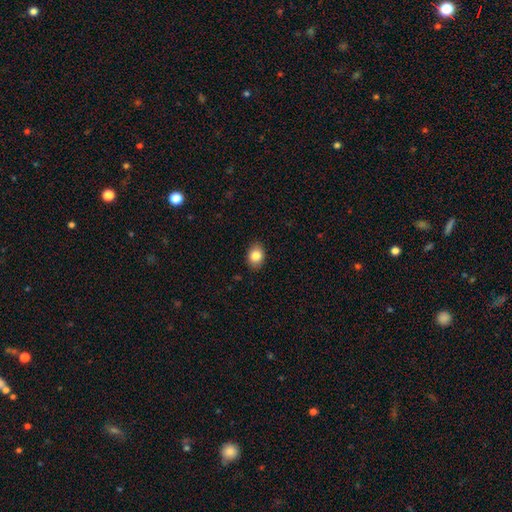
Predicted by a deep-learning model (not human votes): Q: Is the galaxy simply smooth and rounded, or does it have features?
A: smooth — 84%.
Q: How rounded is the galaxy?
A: in between — 69%.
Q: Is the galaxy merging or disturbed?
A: none — 88%.